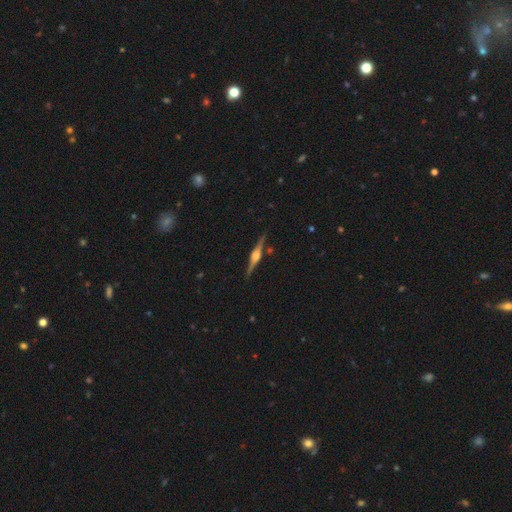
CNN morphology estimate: Smooth or featured: featured or disk — 85% (smooth — 9%)
Edge-on disk: yes — 98% (no — 2%)
Edge-on bulge: rounded — 89% (boxy — 9%)
Merging: none — 89% (minor disturbance — 7%)